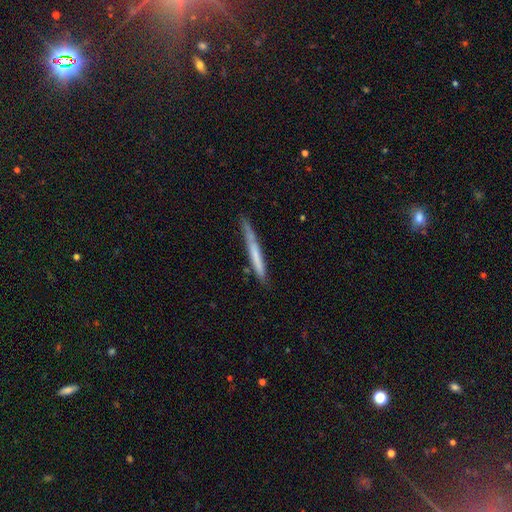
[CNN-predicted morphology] type=smooth (55%); roundness=cigar-shaped (97%); merging=none (74%).